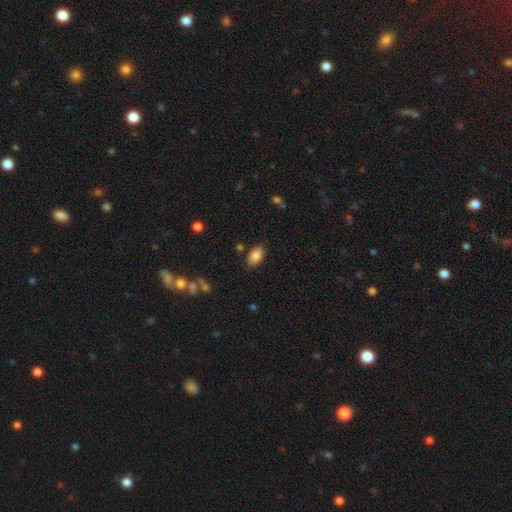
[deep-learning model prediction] The model was most divided on "merging": none: 83%, minor disturbance: 12%, major disturbance: 3%, merger: 2%. More confident: how rounded — in between (93%); smooth or featured — smooth (85%).